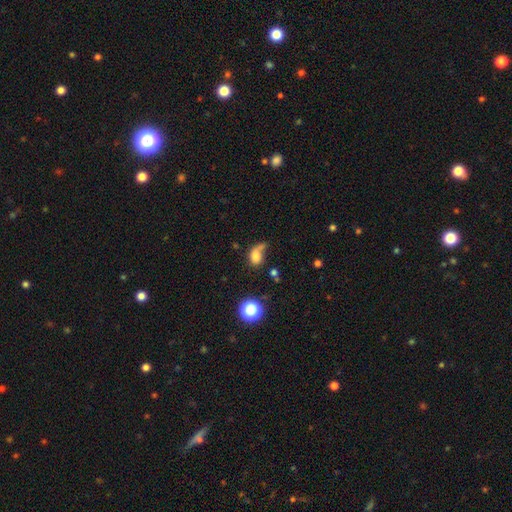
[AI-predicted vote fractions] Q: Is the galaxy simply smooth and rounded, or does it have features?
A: smooth — 72%.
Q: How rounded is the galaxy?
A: in between — 66%.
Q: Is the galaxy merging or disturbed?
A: major disturbance — 31%.